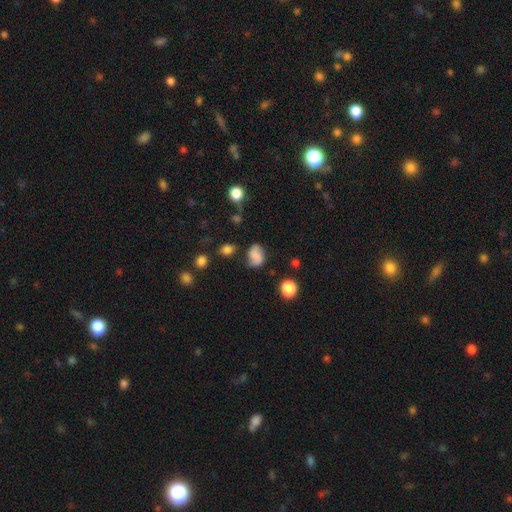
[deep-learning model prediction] Smooth or featured?
  - smooth: 66% *
  - featured or disk: 22%
  - star or artifact: 12%
How rounded?
  - in between: 63% *
  - round: 35%
  - cigar-shaped: 1%
Merging?
  - none: 60% *
  - minor disturbance: 25%
  - major disturbance: 10%
  - merger: 5%